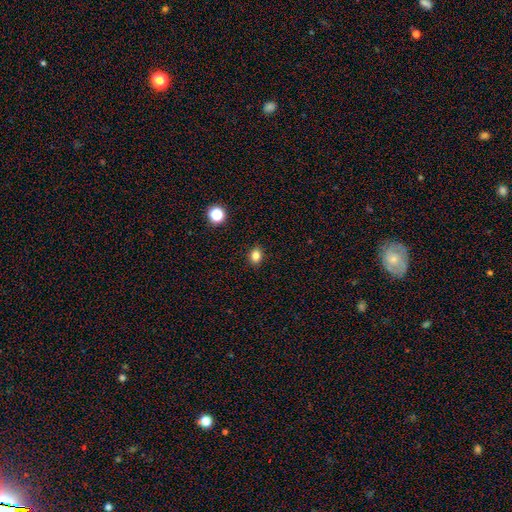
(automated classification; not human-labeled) smooth-or-featured: smooth: 82% | star or artifact: 13% | featured or disk: 5%
  how-rounded: in between: 51% | round: 48% | cigar-shaped: 1%
  merging: none: 90% | minor disturbance: 7% | major disturbance: 2% | merger: 1%